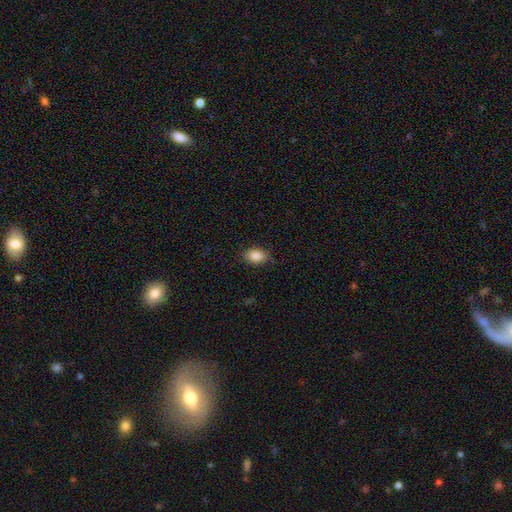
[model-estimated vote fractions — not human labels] smooth-or-featured: smooth: 87% | star or artifact: 8% | featured or disk: 5%
  how-rounded: in between: 78% | round: 20% | cigar-shaped: 1%
  merging: none: 79% | minor disturbance: 16% | major disturbance: 3% | merger: 1%